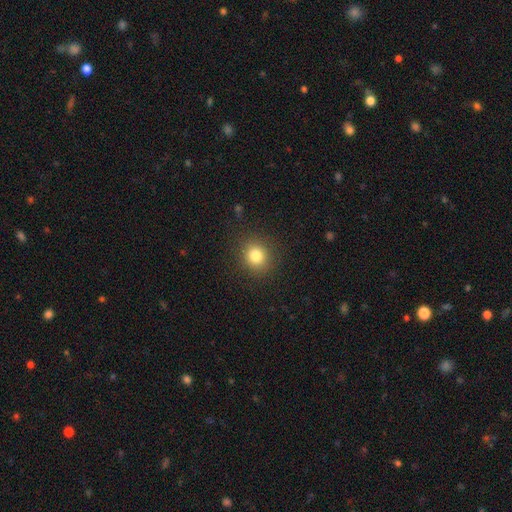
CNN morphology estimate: This appears to be a smooth galaxy with no disk features (81%) that is round (85%). Merging: none (89%).